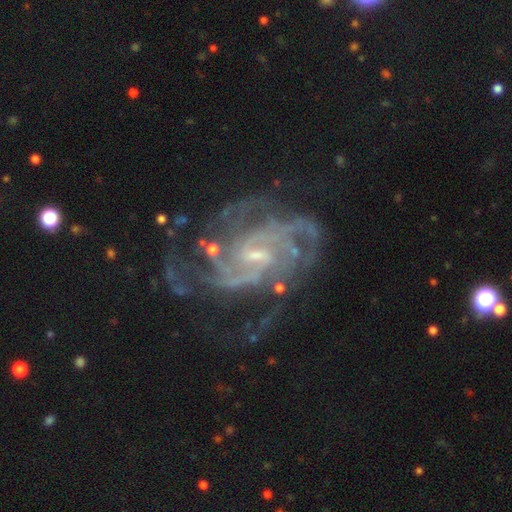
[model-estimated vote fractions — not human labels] Smooth or featured? featured or disk (91%)
Edge-on disk? no (98%)
Bar? weak (57%)
Spiral arms? yes (97%)
Spiral winding? tight (45%)
Spiral arm count? 2 (25%)
Bulge size? small (65%)
Merging? none (60%)